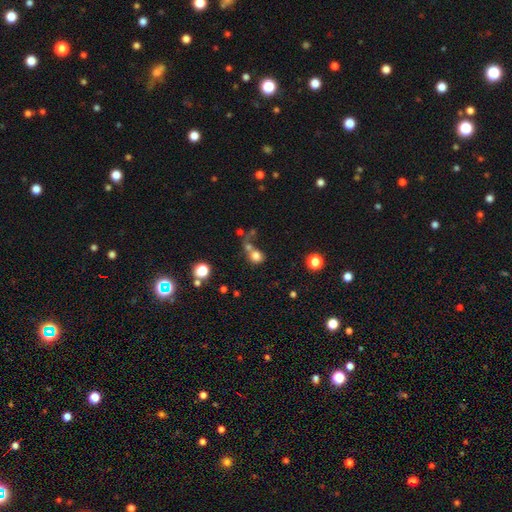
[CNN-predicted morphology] A smooth galaxy with no disk features (76%) that is round (77%).

Vote fractions:
- Smooth or featured? smooth: 76% / star or artifact: 14% / featured or disk: 10%
- How rounded? round: 77% / in between: 22% / cigar-shaped: 1%
- Merging? none: 41% / merger: 37% / major disturbance: 11% / minor disturbance: 11%